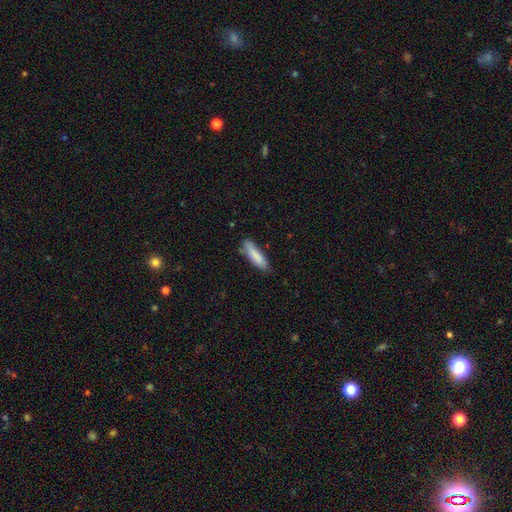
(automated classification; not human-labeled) smooth 85%, featured or disk 10%, star or artifact 6%. Down the decision tree: how rounded — cigar-shaped (68%); merging — none (74%).